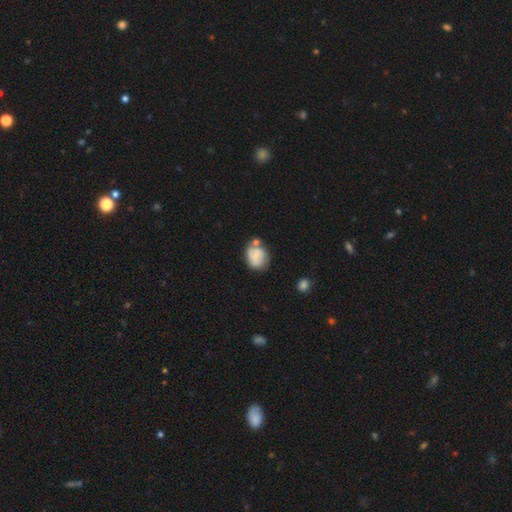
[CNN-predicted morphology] Smooth or featured?
  - smooth: 64% *
  - featured or disk: 27%
  - star or artifact: 9%
How rounded?
  - in between: 51% *
  - round: 48%
  - cigar-shaped: 1%
Merging?
  - none: 48% *
  - minor disturbance: 24%
  - merger: 19%
  - major disturbance: 8%